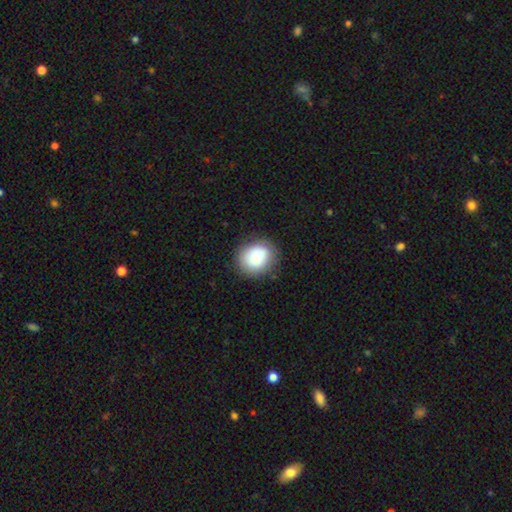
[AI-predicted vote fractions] smooth-or-featured: smooth: 80% | featured or disk: 12% | star or artifact: 8%
  how-rounded: round: 67% | in between: 32% | cigar-shaped: 1%
  merging: none: 82% | minor disturbance: 13% | major disturbance: 4% | merger: 1%